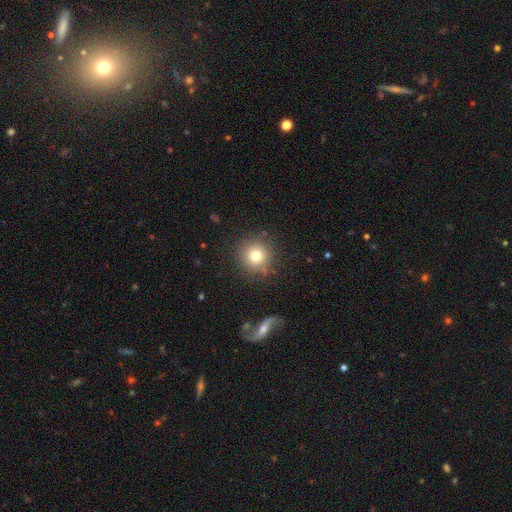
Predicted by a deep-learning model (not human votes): Smooth or featured: smooth — 77% (star or artifact — 13%)
How rounded: round — 94% (in between — 5%)
Merging: none — 85% (minor disturbance — 9%)